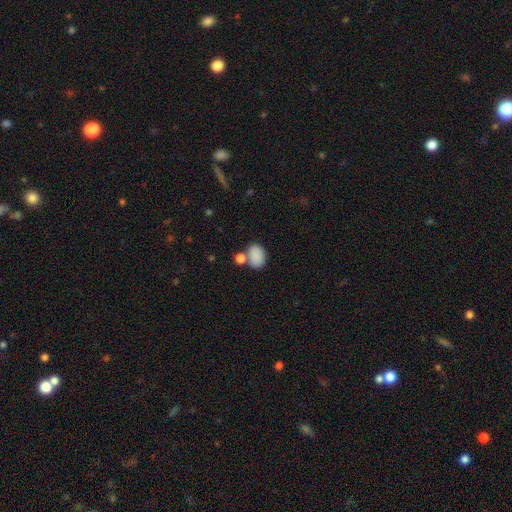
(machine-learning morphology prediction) Smooth or featured: smooth — 87% (star or artifact — 8%)
How rounded: in between — 80% (round — 19%)
Merging: none — 61% (merger — 22%)